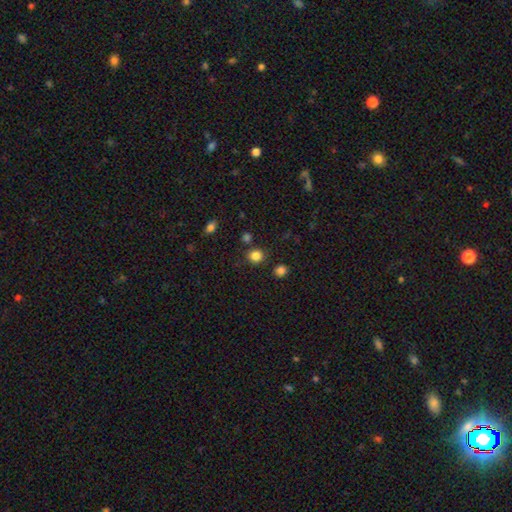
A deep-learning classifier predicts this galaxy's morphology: Q: Smooth or featured?
A: smooth (83%); runner-up: star or artifact (13%)
Q: How rounded?
A: round (86%); runner-up: in between (13%)
Q: Merging?
A: none (83%); runner-up: minor disturbance (8%)